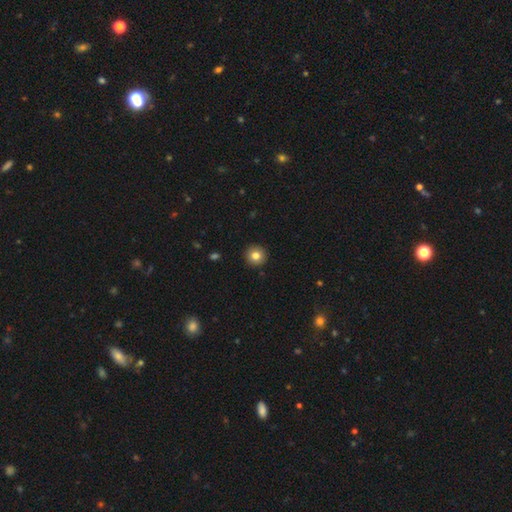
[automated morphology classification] Smooth or featured? Predicted: smooth (p=0.82). How rounded? Predicted: round (p=0.95). Merging? Predicted: none (p=0.93).